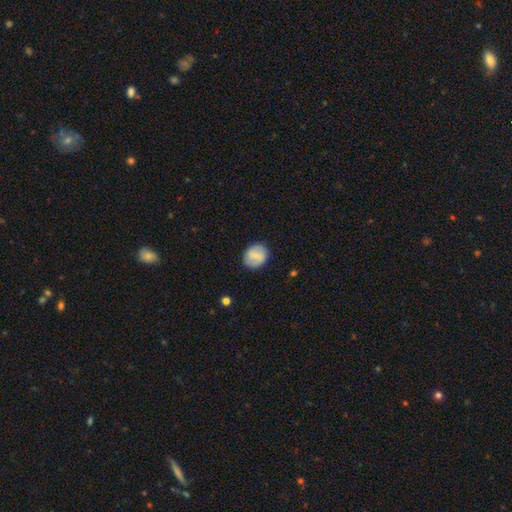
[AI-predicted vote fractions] smooth_or_featured: smooth (p=0.62) [alt: featured or disk p=0.31]
how_rounded: round (p=0.64) [alt: in between p=0.35]
merging: none (p=0.84) [alt: minor disturbance p=0.12]